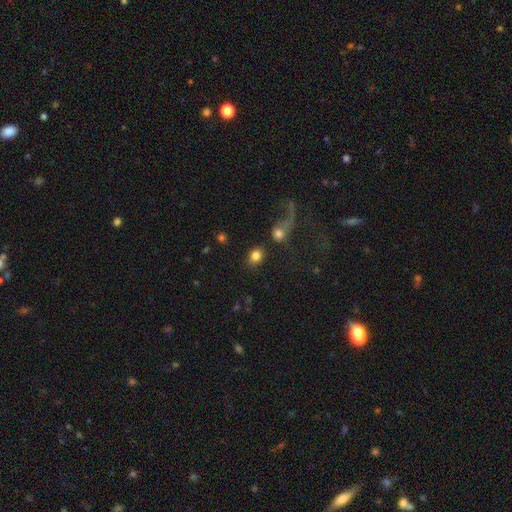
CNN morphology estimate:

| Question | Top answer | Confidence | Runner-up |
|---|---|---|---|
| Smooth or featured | smooth | 82% | star or artifact (10%) |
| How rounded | in between | 57% | round (42%) |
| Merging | none | 69% | merger (13%) |